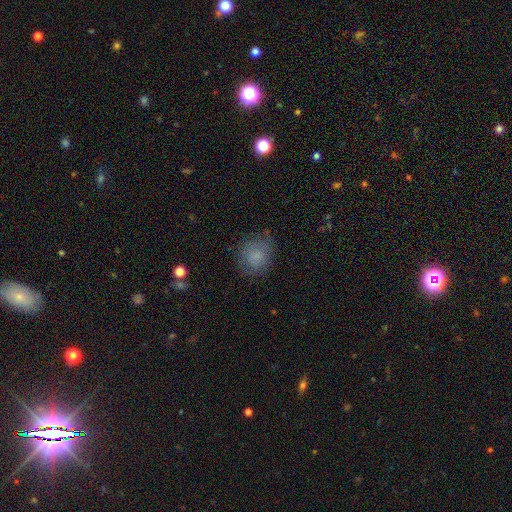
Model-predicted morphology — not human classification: Overall: smooth (77%). How rounded: round (72%). Merging: none (73%).